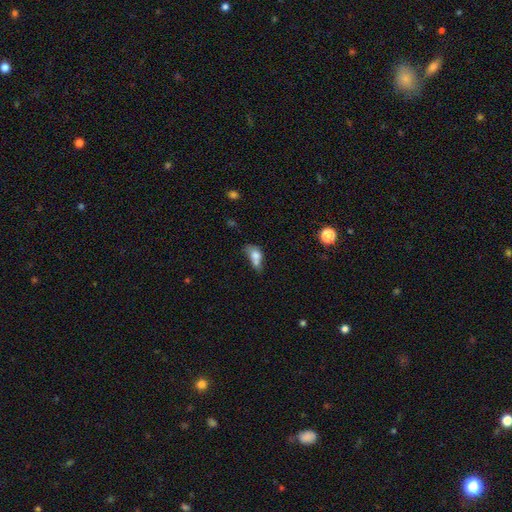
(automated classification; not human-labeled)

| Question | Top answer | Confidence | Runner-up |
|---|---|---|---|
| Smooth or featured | smooth | 70% | featured or disk (19%) |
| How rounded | in between | 71% | round (24%) |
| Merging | merger | 51% | none (18%) |